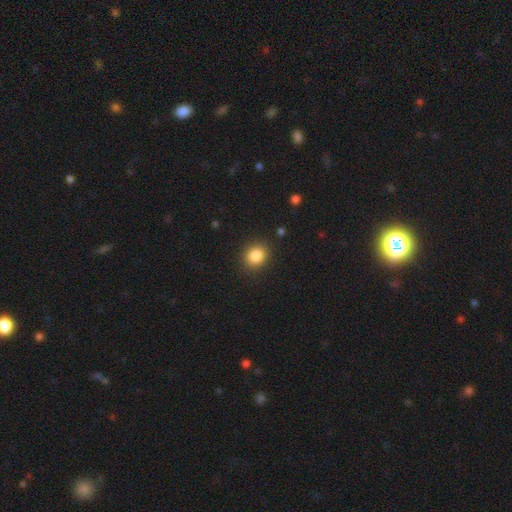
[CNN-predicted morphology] This appears to be a smooth galaxy with no disk features (86%) that is round (68%). Merging: none (88%).